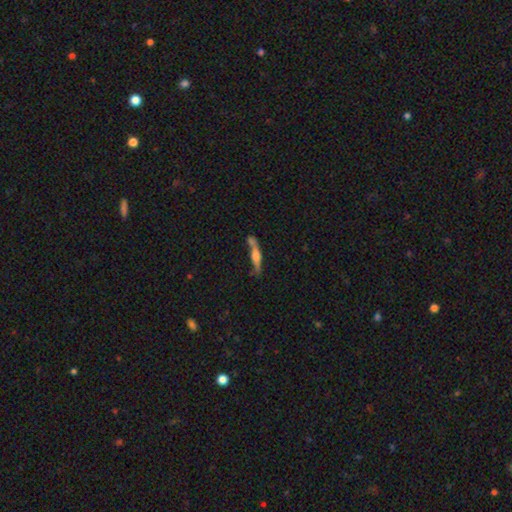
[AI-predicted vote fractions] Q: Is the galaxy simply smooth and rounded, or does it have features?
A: featured or disk — 57%.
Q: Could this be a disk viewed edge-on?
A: yes — 90%.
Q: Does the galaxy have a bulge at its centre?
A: rounded — 77%.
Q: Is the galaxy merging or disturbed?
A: none — 59%.